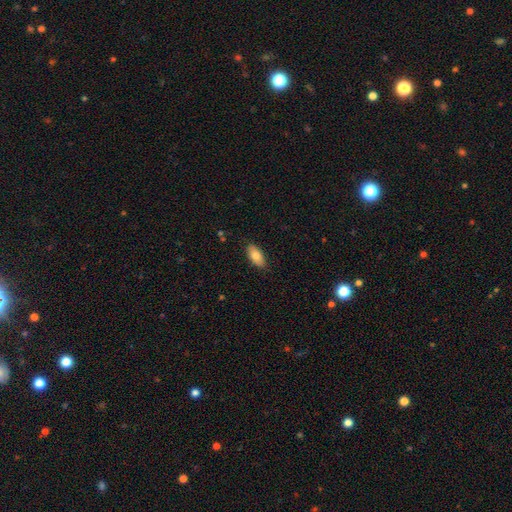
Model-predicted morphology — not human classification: Smooth or featured? Predicted: smooth (p=0.80). How rounded? Predicted: in between (p=0.91). Merging? Predicted: none (p=0.86).